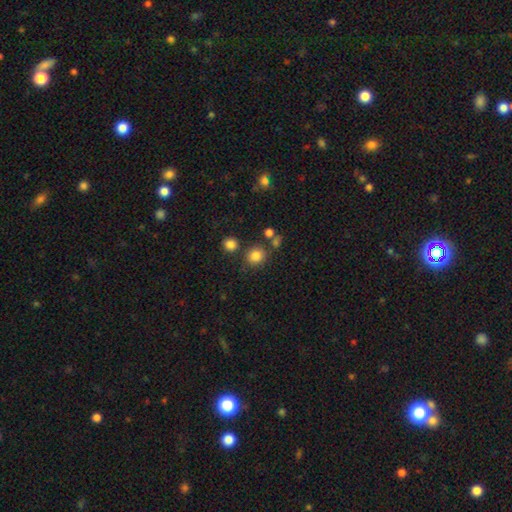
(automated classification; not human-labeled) This appears to be a smooth galaxy with no disk features (82%) that is round (87%). Merging: none (77%).